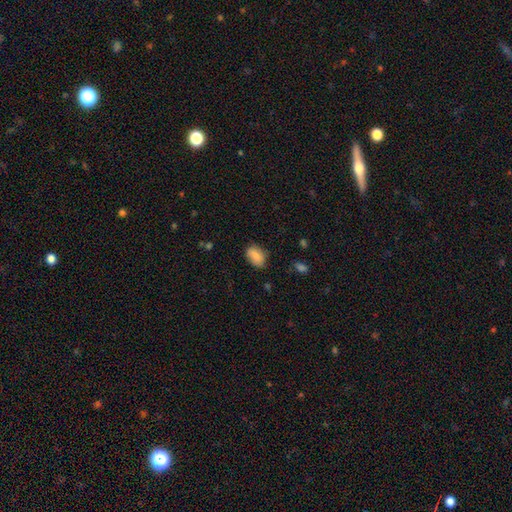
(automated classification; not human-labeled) smooth 85%, featured or disk 8%, star or artifact 7%. Down the decision tree: how rounded — in between (84%); merging — none (75%).